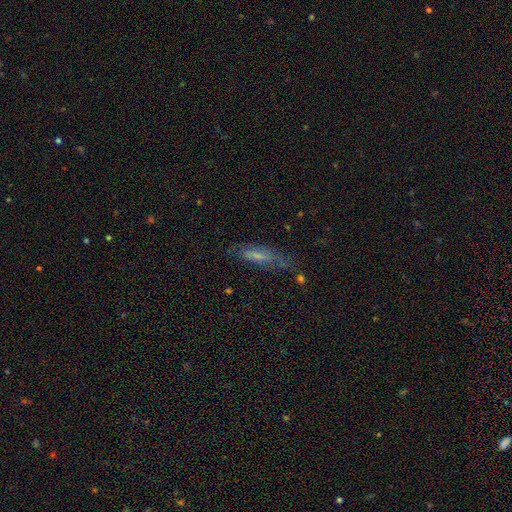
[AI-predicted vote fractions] A smooth galaxy with no disk features (53%) that is cigar-shaped (63%).

Vote fractions:
- Smooth or featured? smooth: 53% / featured or disk: 36% / star or artifact: 11%
- How rounded? cigar-shaped: 63% / in between: 35% / round: 2%
- Merging? none: 60% / minor disturbance: 25% / major disturbance: 12% / merger: 3%